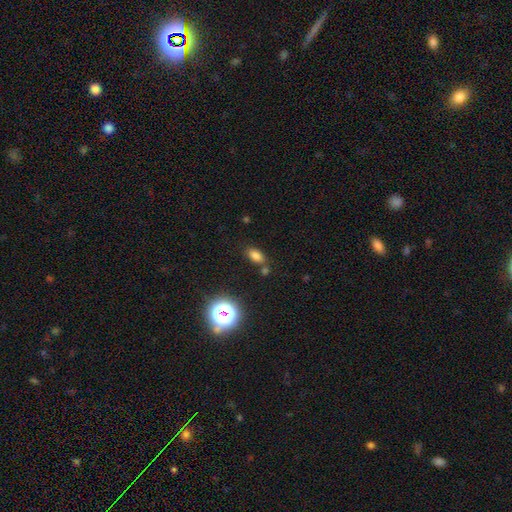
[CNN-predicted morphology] Smooth or featured?
  - smooth: 75% *
  - star or artifact: 18%
  - featured or disk: 7%
How rounded?
  - in between: 85% *
  - round: 11%
  - cigar-shaped: 4%
Merging?
  - none: 73% *
  - minor disturbance: 12%
  - merger: 12%
  - major disturbance: 4%